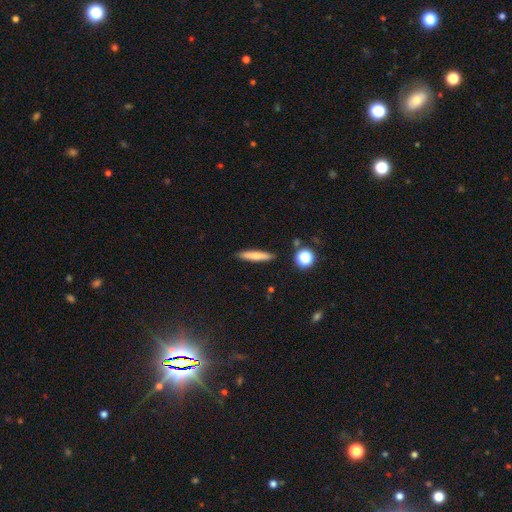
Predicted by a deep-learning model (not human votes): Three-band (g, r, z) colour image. It shows a smooth galaxy with no disk features (73%) that is cigar-shaped (89%). Merging: none (89%).